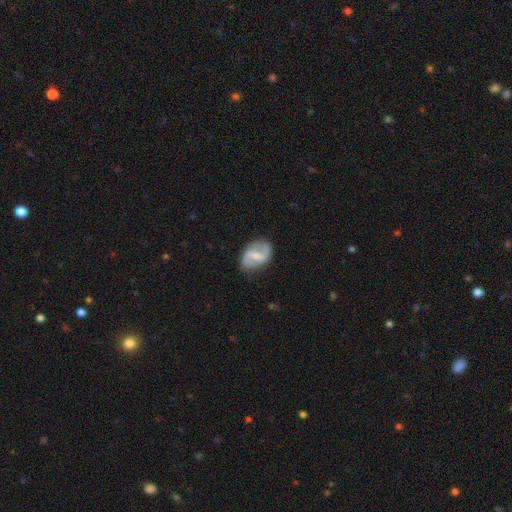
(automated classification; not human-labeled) The model was most divided on "spiral winding" (2-way tie): loose: 43%, medium: 43%, tight: 15%. Remaining: edge-on disk — no (97%); spiral arms — yes (90%); spiral arm count — 2 (90%); merging — none (79%); smooth or featured — featured or disk (77%); bar — weak (53%); bulge size — small (49%).